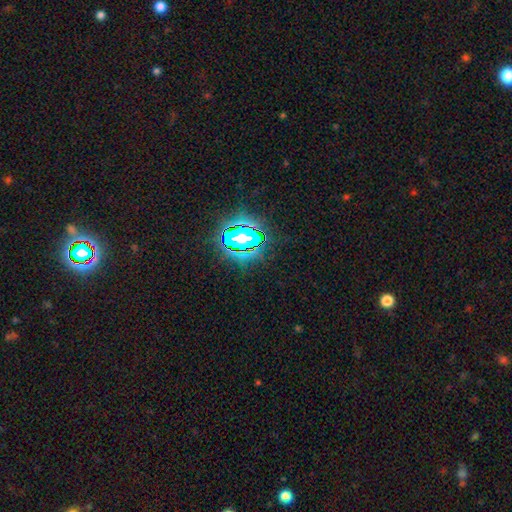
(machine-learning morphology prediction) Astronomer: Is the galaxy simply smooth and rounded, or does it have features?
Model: star or artifact — 82%.